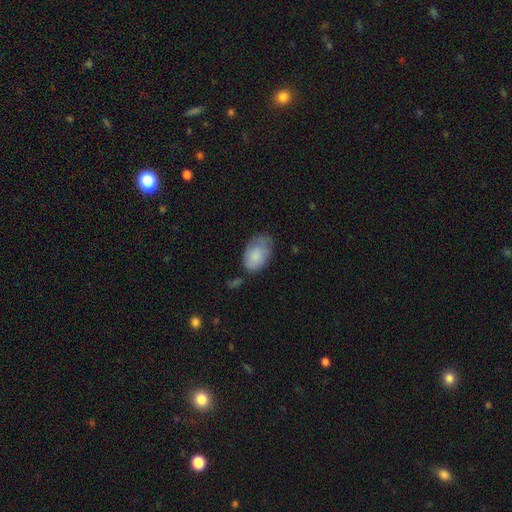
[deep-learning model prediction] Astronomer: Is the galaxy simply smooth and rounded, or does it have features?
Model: smooth — 82%.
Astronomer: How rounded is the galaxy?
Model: in between — 90%.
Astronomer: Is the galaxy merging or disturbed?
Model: none — 51% (runner-up: minor disturbance, 34%).